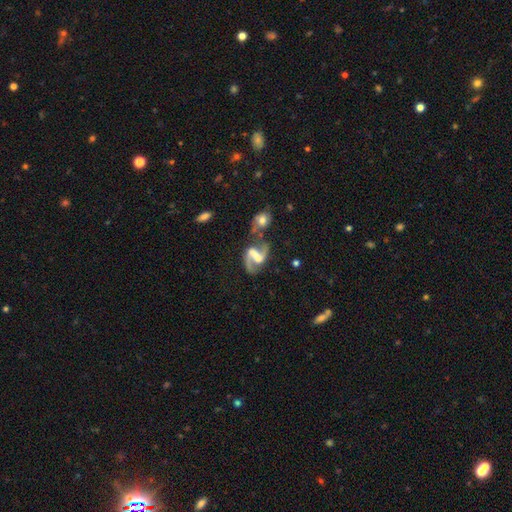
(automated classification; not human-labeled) A featured or disk galaxy (84%) with a strong bar (46%), 2 (90%) loose (54%) spiral arms (92%) and no central bulge (37%). Merging: none (48%).